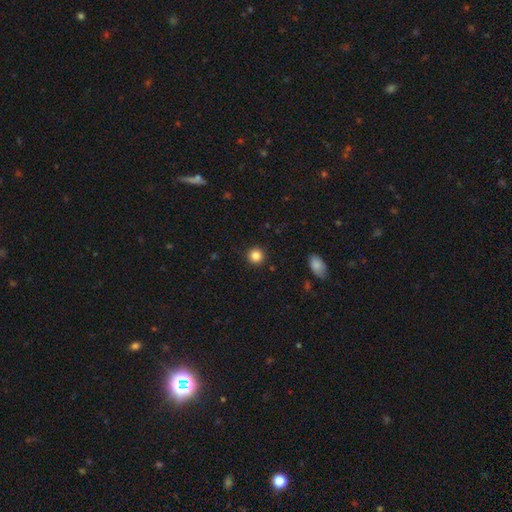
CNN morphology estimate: This appears to be a smooth galaxy with no disk features (84%) that is round (94%). Merging: none (92%).